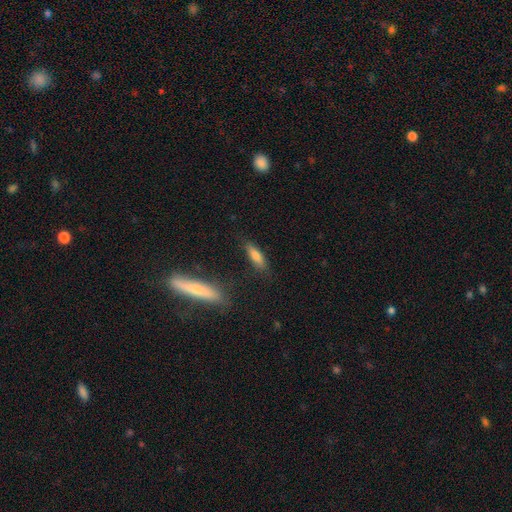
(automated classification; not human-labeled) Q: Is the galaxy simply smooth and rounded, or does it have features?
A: smooth — 74%.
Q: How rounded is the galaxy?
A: cigar-shaped — 59%.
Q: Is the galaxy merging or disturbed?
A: none — 82%.